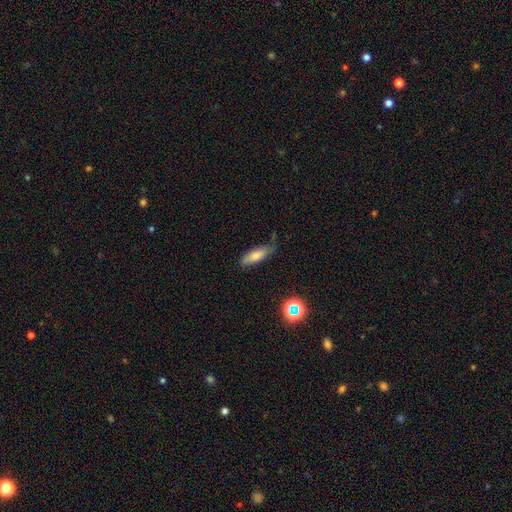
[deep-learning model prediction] The model was most divided on "how rounded": in between: 58%, cigar-shaped: 40%, round: 2%. More confident: smooth or featured — smooth (73%); merging — none (61%).